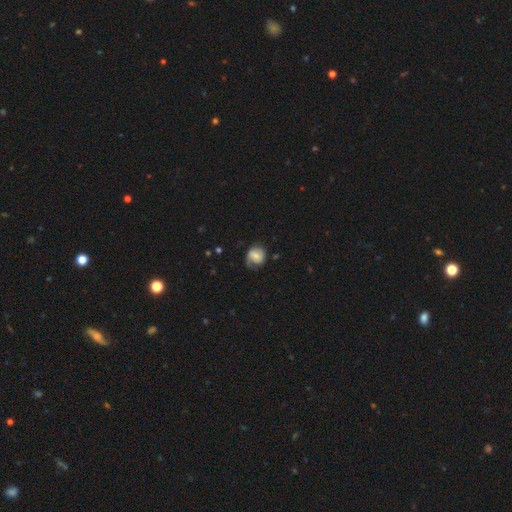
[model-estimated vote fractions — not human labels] Smooth or featured?
  - smooth: 47% *
  - featured or disk: 46%
  - star or artifact: 8%
Merging?
  - none: 58% *
  - minor disturbance: 28%
  - major disturbance: 12%
  - merger: 2%